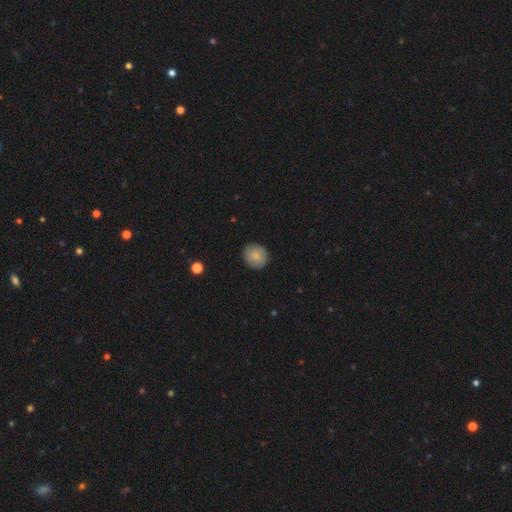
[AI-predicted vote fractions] This is clearly a smooth galaxy (83%). How rounded: clearly round (88%). Merging: clearly none (87%).